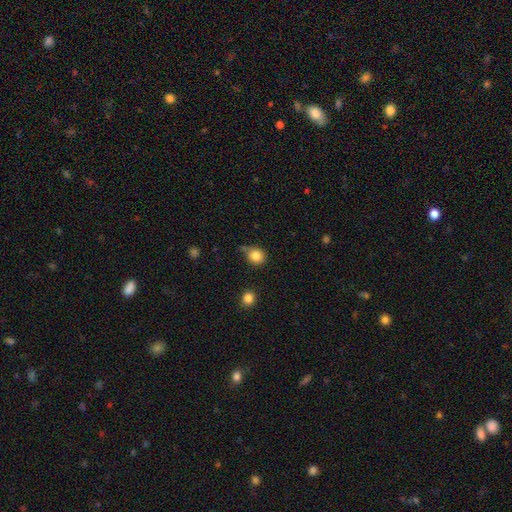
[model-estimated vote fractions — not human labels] Morphology: type=smooth (83%); roundness=round (74%); merging=none (64%).